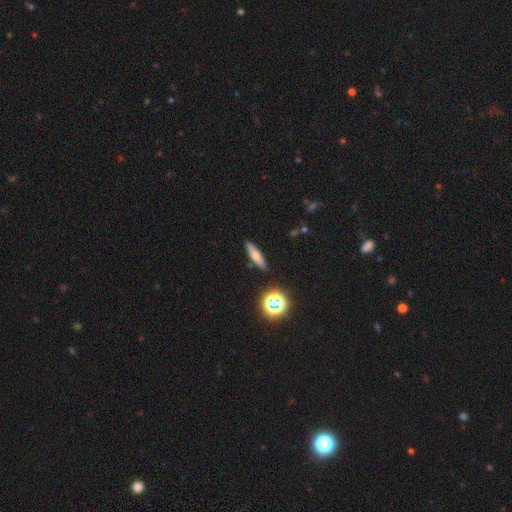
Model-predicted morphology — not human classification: smooth 64%, featured or disk 23%, star or artifact 13%. Down the decision tree: how rounded — cigar-shaped (73%); merging — none (88%).